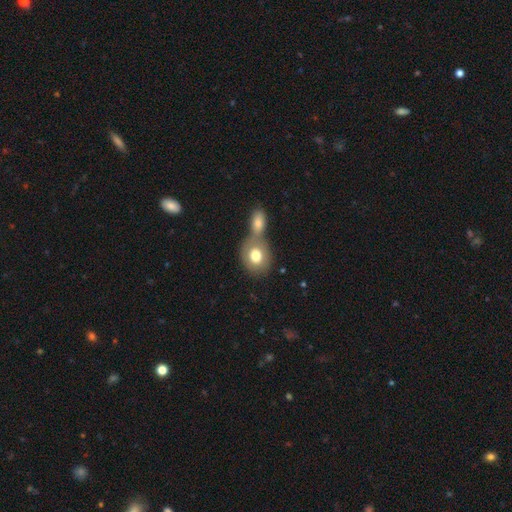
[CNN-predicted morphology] smooth 74%, featured or disk 19%, star or artifact 7%. Down the decision tree: how rounded — round (60%); merging — merger (52%).